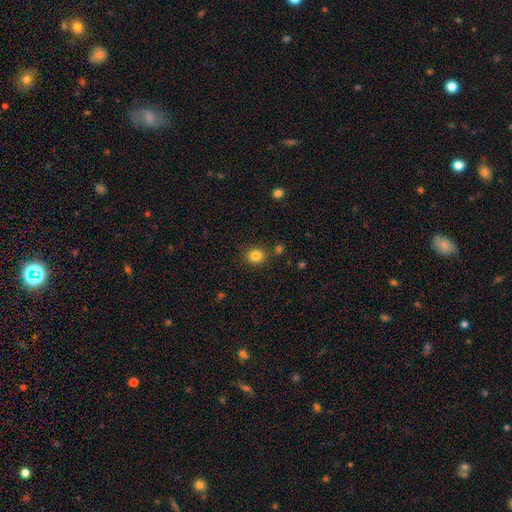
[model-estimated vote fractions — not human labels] Morphology: type=smooth (84%); roundness=round (84%); merging=none (82%).